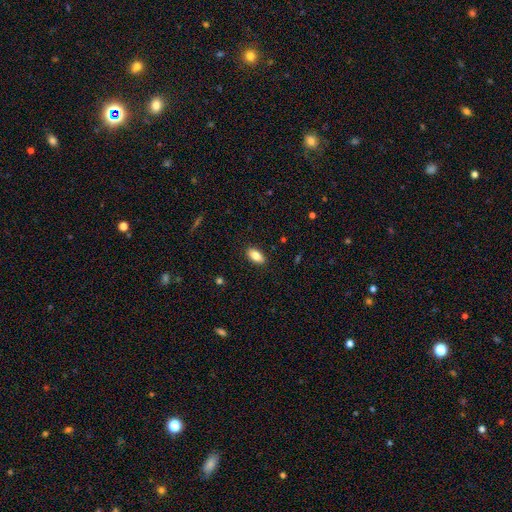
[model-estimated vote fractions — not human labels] Smooth or featured: smooth — 84% (featured or disk — 8%)
How rounded: in between — 90% (cigar-shaped — 6%)
Merging: none — 89% (minor disturbance — 8%)